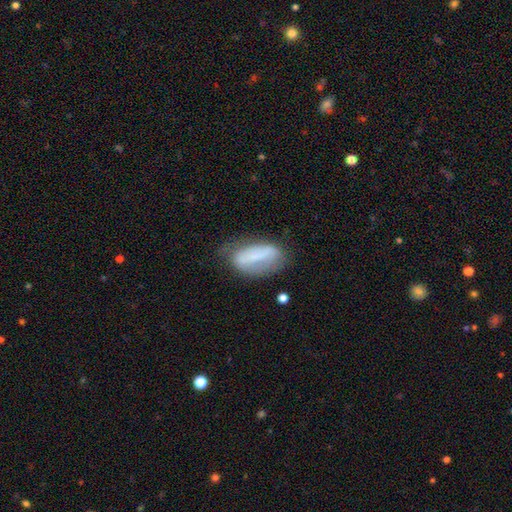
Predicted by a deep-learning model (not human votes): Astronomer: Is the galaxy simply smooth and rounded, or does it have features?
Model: smooth — 55% (runner-up: featured or disk, 36%).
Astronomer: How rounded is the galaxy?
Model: in between — 84%.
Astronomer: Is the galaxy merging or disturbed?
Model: none — 51% (runner-up: minor disturbance, 30%).